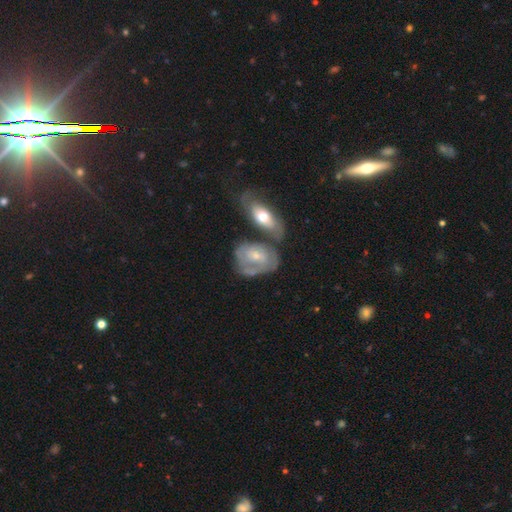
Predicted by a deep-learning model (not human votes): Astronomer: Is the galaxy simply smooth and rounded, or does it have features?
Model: featured or disk — 62%.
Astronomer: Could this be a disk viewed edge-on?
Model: no — 92%.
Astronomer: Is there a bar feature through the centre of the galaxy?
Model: no — 72%.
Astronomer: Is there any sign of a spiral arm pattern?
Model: yes — 59% (runner-up: no, 41%).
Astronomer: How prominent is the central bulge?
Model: small — 50% (runner-up: moderate, 43%).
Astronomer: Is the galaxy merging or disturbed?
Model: none — 42% (runner-up: merger, 30%).